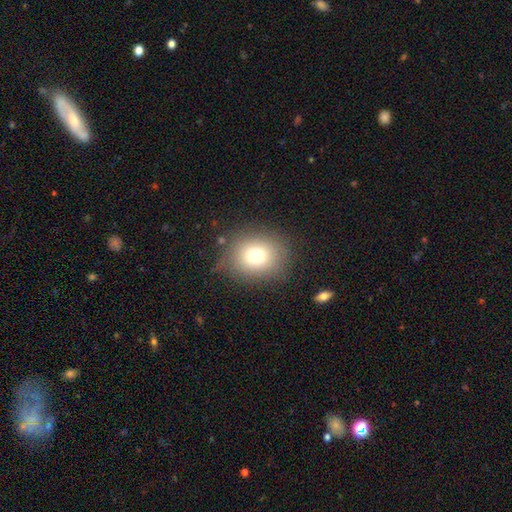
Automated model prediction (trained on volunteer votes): Smooth or featured?
  - smooth: 75% *
  - star or artifact: 13%
  - featured or disk: 12%
How rounded?
  - round: 72% *
  - in between: 27%
  - cigar-shaped: 1%
Merging?
  - none: 78% *
  - minor disturbance: 15%
  - major disturbance: 5%
  - merger: 2%